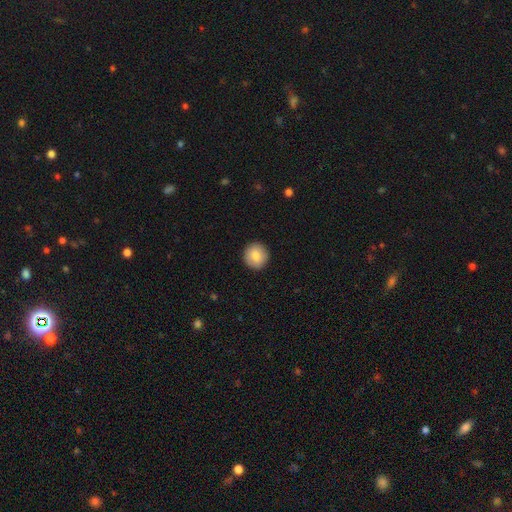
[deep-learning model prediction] Smooth or featured? smooth (82%)
How rounded? round (94%)
Merging? none (92%)